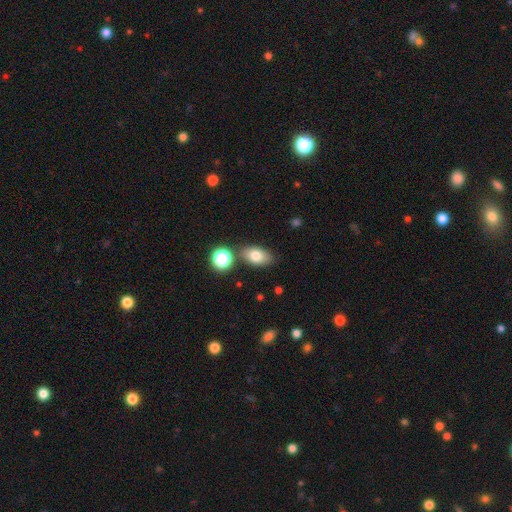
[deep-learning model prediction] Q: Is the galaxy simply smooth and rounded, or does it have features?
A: smooth — 77%.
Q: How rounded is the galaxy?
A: in between — 88%.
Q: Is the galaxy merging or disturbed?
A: none — 77%.